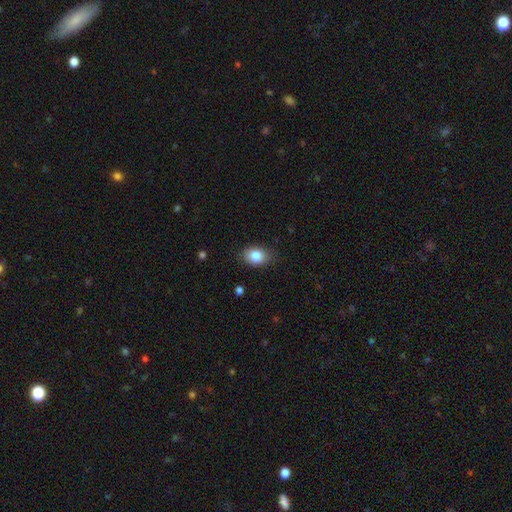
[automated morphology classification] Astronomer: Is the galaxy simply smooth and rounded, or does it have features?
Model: smooth — 84%.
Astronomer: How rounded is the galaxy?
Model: in between — 72%.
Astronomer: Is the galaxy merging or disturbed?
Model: none — 81%.